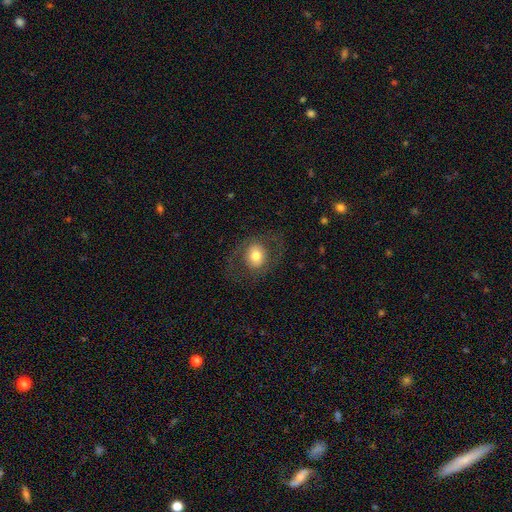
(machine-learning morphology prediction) Smooth or featured? Predicted: smooth (p=0.60). How rounded? Predicted: round (p=0.62). Merging? Predicted: none (p=0.74).